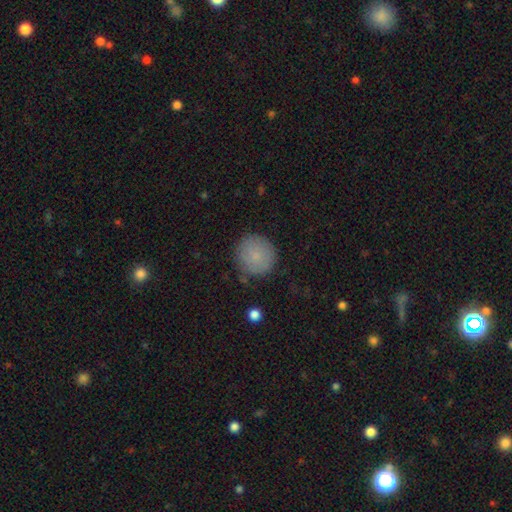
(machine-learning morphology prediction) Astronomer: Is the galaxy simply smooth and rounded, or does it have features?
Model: smooth — 83%.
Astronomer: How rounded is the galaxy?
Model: round — 93%.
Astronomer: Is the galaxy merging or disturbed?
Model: none — 81%.